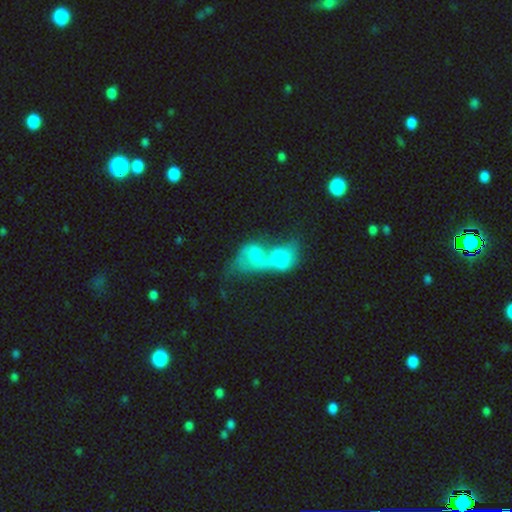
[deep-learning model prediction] smooth_or_featured: smooth (p=0.46) [alt: featured or disk p=0.44]
merging: merger (p=0.84) [alt: none p=0.07]